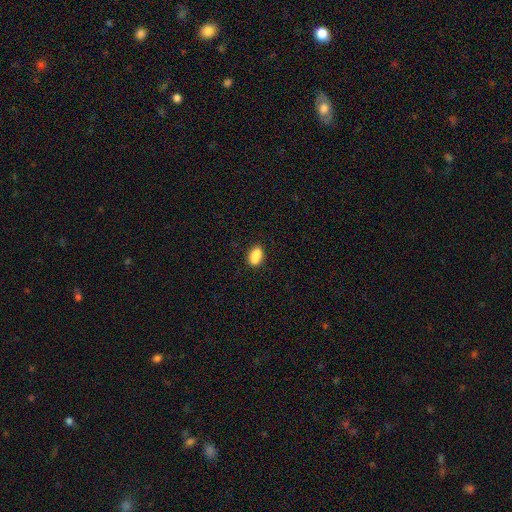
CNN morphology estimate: Overall: smooth (85%). How rounded: in between (87%). Merging: none (72%).